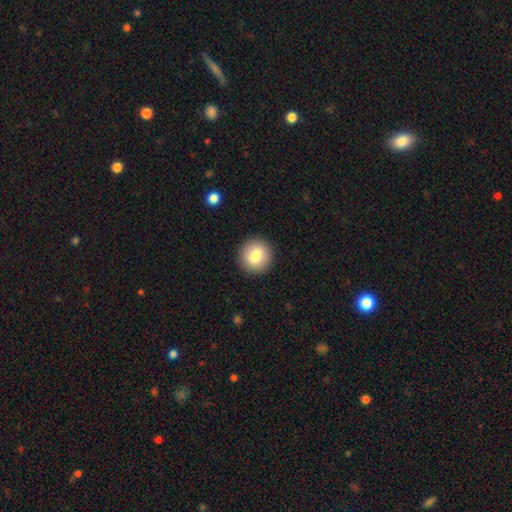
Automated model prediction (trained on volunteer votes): Smooth or featured?
  - smooth: 80% *
  - featured or disk: 12%
  - star or artifact: 8%
How rounded?
  - round: 91% *
  - in between: 8%
  - cigar-shaped: 1%
Merging?
  - none: 92% *
  - minor disturbance: 6%
  - major disturbance: 2%
  - merger: 1%